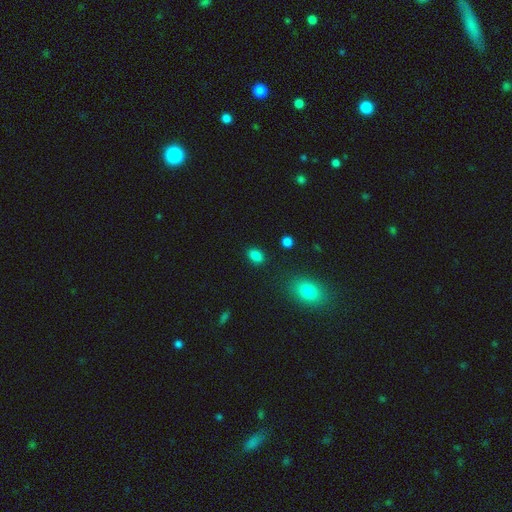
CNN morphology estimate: Smooth or featured? smooth (85%)
How rounded? in between (79%)
Merging? none (85%)